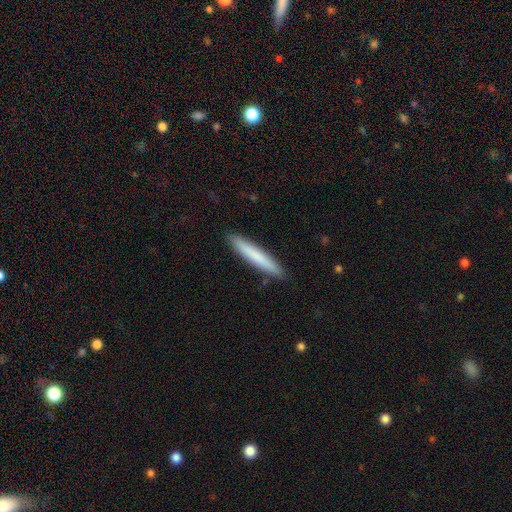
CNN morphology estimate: The model was most divided on "smooth or featured": smooth: 76%, featured or disk: 19%, star or artifact: 5%. More confident: how rounded — cigar-shaped (95%); merging — none (90%).